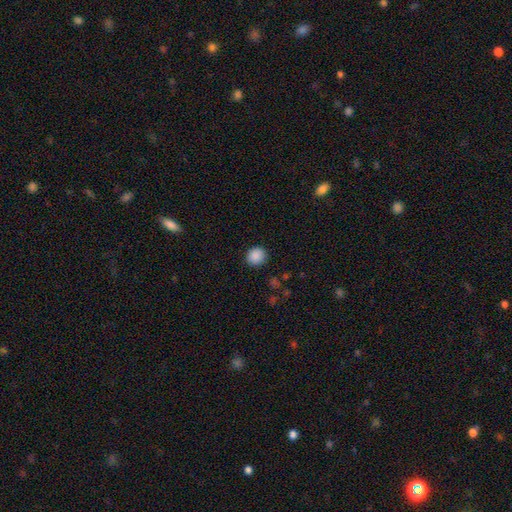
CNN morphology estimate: A smooth galaxy with no disk features (88%) that is round (86%). Merging: none (89%).